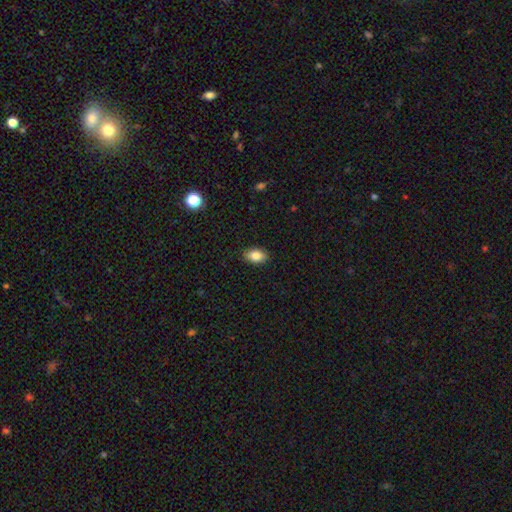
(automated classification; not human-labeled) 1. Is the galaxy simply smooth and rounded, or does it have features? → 85% smooth, 8% star or artifact, 7% featured or disk.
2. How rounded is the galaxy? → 88% in between, 10% round, 2% cigar-shaped.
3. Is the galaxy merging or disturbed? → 89% none, 8% minor disturbance, 2% major disturbance, 1% merger.